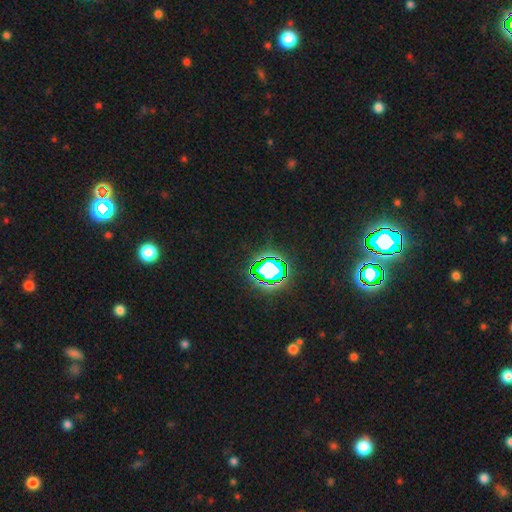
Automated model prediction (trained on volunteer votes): A star or artifact, not a galaxy (81%).